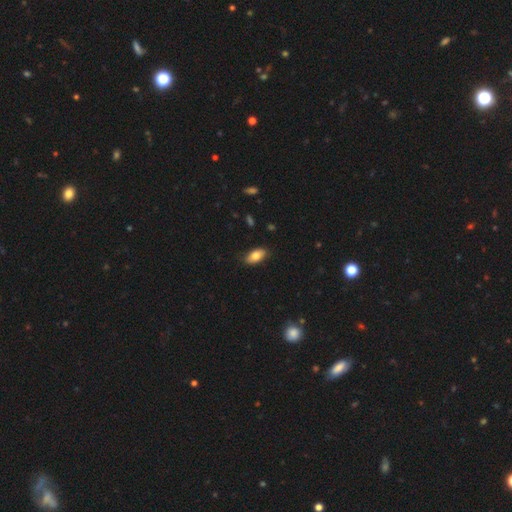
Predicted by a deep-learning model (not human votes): Morphology: type=smooth (81%); roundness=in between (92%); merging=none (86%).